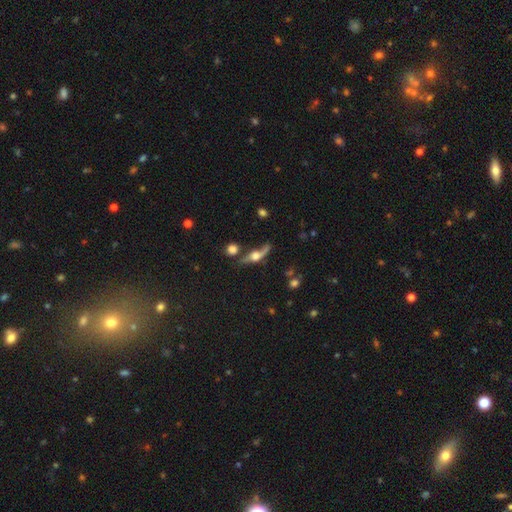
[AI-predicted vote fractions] Smooth or featured? Predicted: featured or disk (p=0.71). Edge-on disk? Predicted: yes (p=0.67). Merging? Predicted: none (p=0.58).